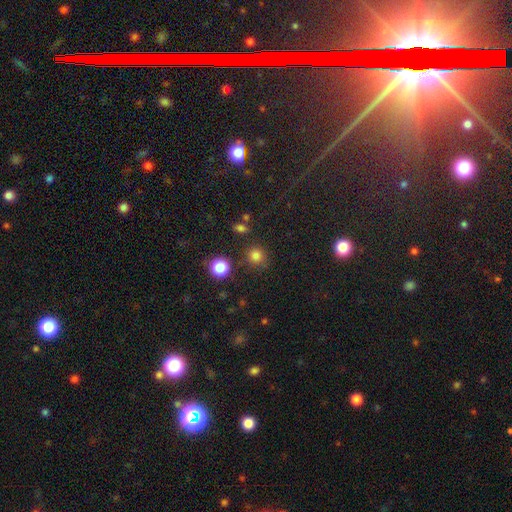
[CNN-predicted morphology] Smooth or featured?
  - smooth: 80% *
  - star or artifact: 16%
  - featured or disk: 5%
How rounded?
  - round: 89% *
  - in between: 10%
  - cigar-shaped: 1%
Merging?
  - none: 80% *
  - minor disturbance: 11%
  - merger: 5%
  - major disturbance: 4%